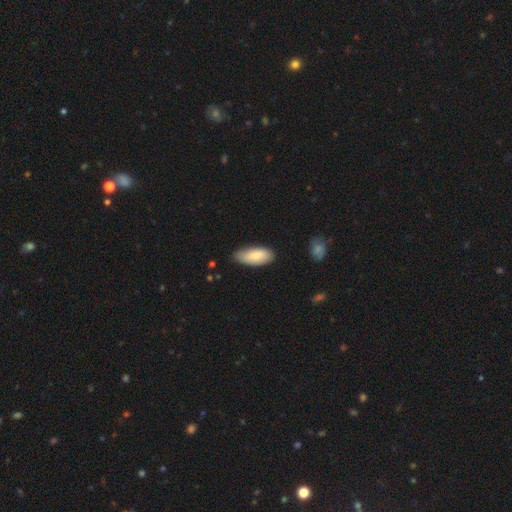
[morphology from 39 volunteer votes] type=smooth (87%); roundness=in between (97%); merging=none (76%).